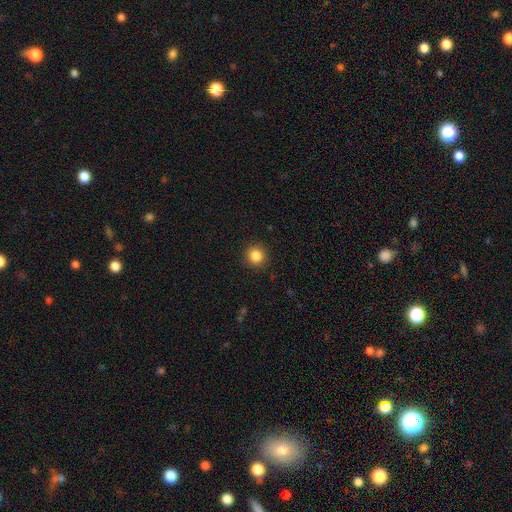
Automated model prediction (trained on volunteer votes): Smooth or featured? Predicted: smooth (p=0.85). How rounded? Predicted: round (p=0.93). Merging? Predicted: none (p=0.91).